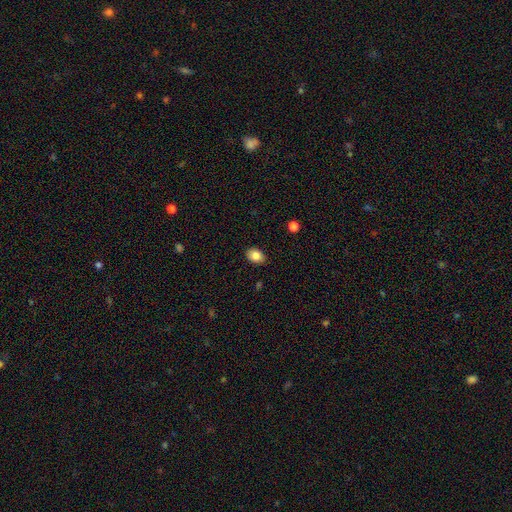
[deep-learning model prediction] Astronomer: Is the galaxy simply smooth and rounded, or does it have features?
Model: smooth — 84%.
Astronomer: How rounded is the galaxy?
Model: in between — 77%.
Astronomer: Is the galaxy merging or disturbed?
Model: none — 88%.